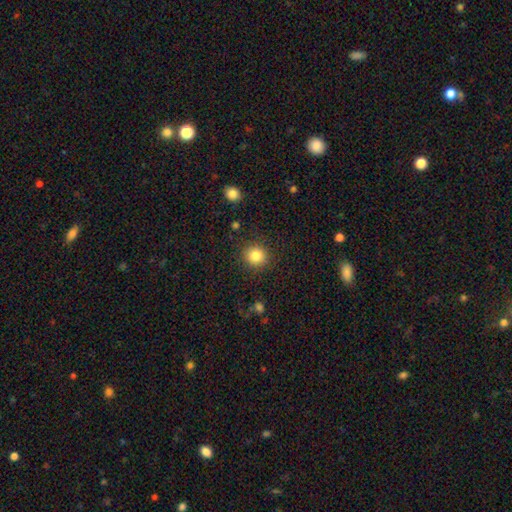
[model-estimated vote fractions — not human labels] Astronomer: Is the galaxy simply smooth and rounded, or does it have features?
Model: smooth — 84%.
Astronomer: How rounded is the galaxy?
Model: round — 90%.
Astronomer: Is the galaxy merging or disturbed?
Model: none — 90%.